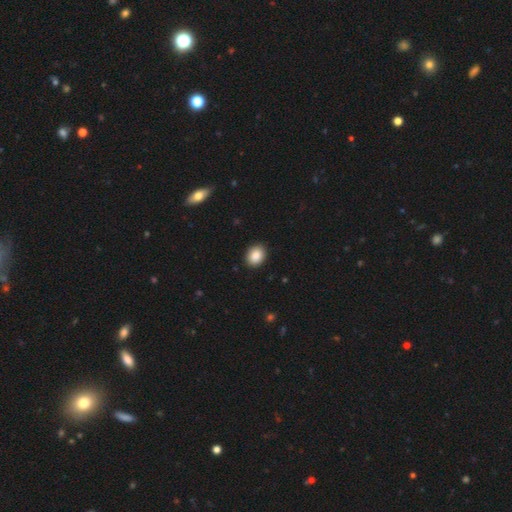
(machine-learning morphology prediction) This appears to be a smooth galaxy with no disk features (88%) that is in between round and cigar-shaped (55%). Merging: none (90%).